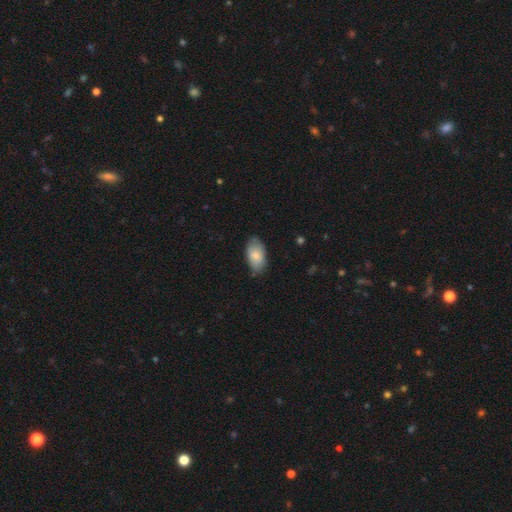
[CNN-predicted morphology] Overall: smooth (82%). How rounded: in between (94%). Merging: none (71%).